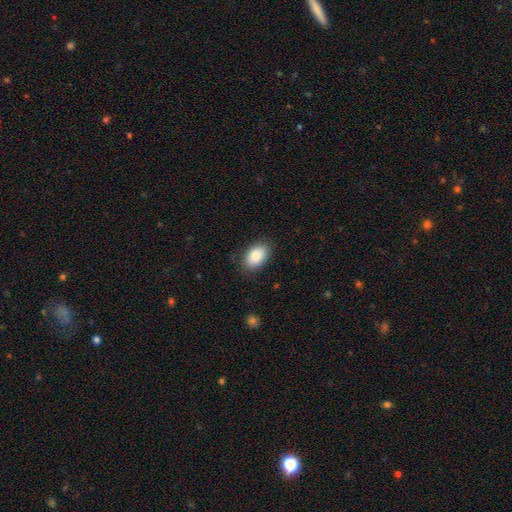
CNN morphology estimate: Overall: smooth (84%). How rounded: in between (89%). Merging: none (85%).